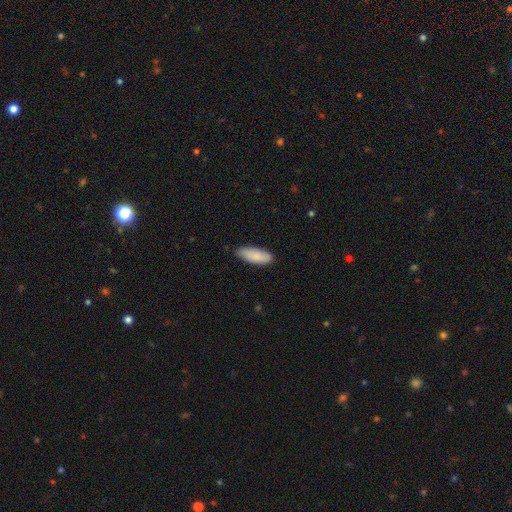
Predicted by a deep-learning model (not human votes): Morphology: type=smooth (85%); roundness=in between (73%); merging=none (80%).